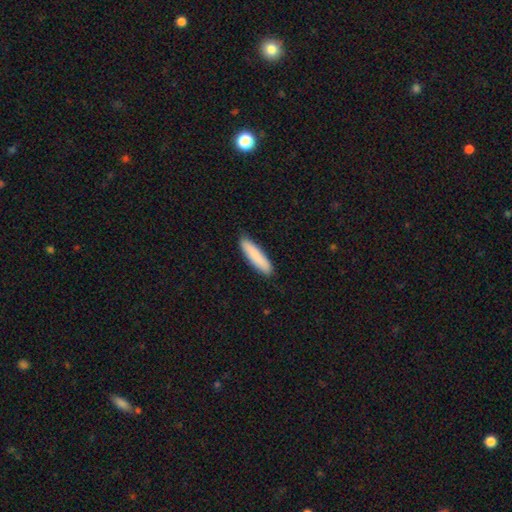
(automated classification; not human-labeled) Smooth or featured? smooth (86%)
How rounded? cigar-shaped (81%)
Merging? none (89%)